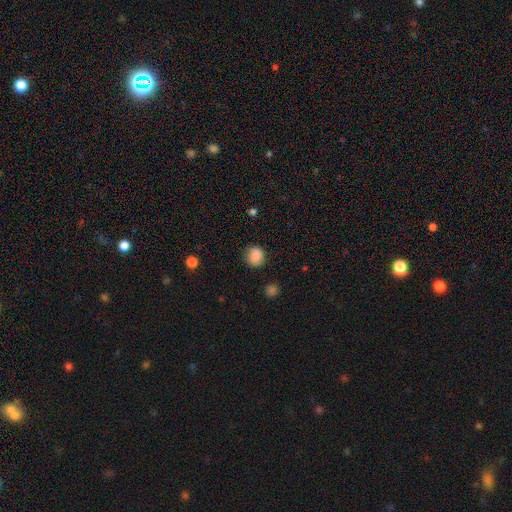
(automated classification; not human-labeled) Q: Smooth or featured?
A: smooth (87%); runner-up: star or artifact (10%)
Q: How rounded?
A: round (83%); runner-up: in between (16%)
Q: Merging?
A: none (81%); runner-up: minor disturbance (14%)